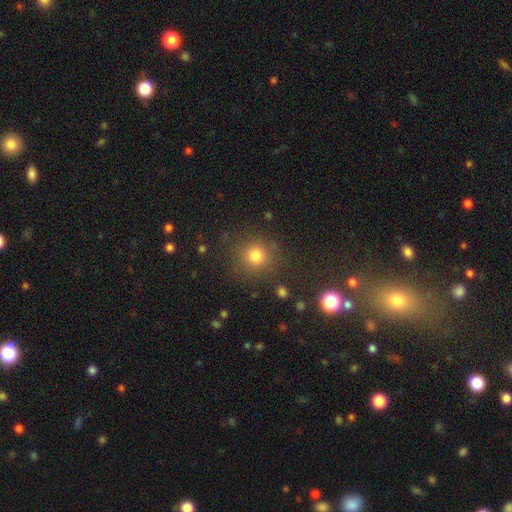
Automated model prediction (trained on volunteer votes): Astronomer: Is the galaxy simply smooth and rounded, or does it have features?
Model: smooth — 78%.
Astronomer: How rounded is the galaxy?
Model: round — 91%.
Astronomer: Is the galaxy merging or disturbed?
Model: none — 84%.